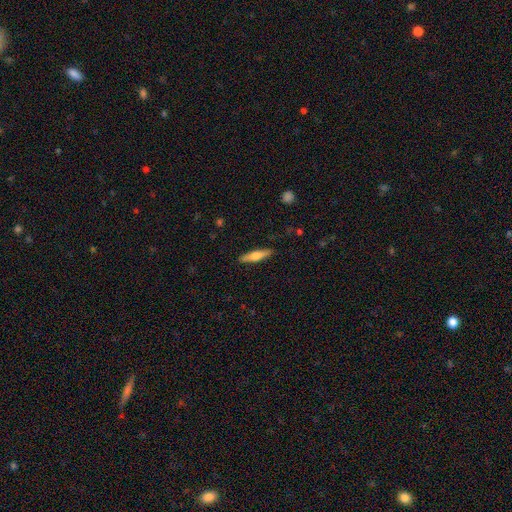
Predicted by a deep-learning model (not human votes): Smooth or featured: smooth — 57% (featured or disk — 38%)
How rounded: cigar-shaped — 78% (in between — 20%)
Merging: none — 89% (minor disturbance — 8%)